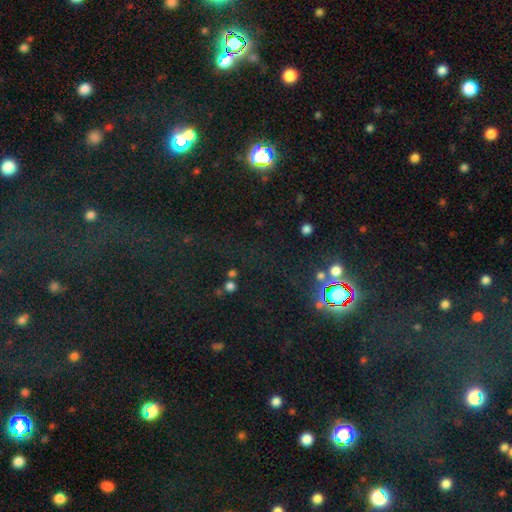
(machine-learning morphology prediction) A star or artifact, not a galaxy (72%).

Vote fractions:
- Smooth or featured? star or artifact: 72% / smooth: 18% / featured or disk: 10%